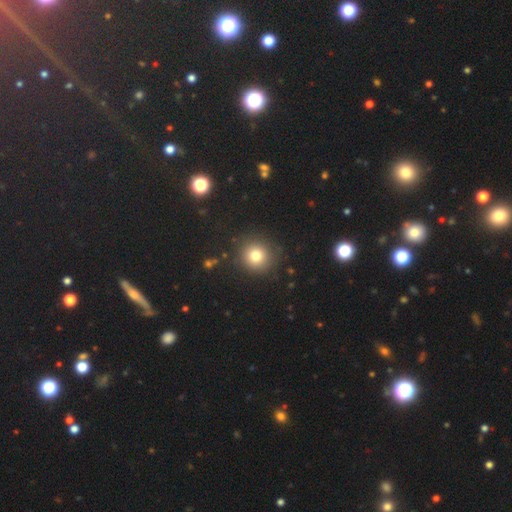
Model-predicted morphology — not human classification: Smooth or featured: smooth — 78% (star or artifact — 14%)
How rounded: round — 92% (in between — 7%)
Merging: none — 89% (minor disturbance — 7%)